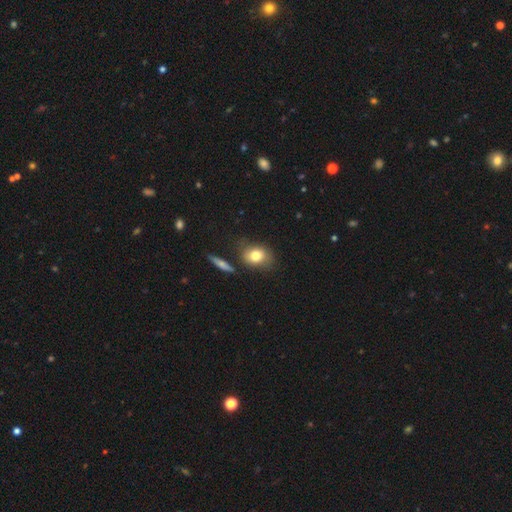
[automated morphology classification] A smooth galaxy with no disk features (77%) that is in between round and cigar-shaped (61%). Merging: none (69%).